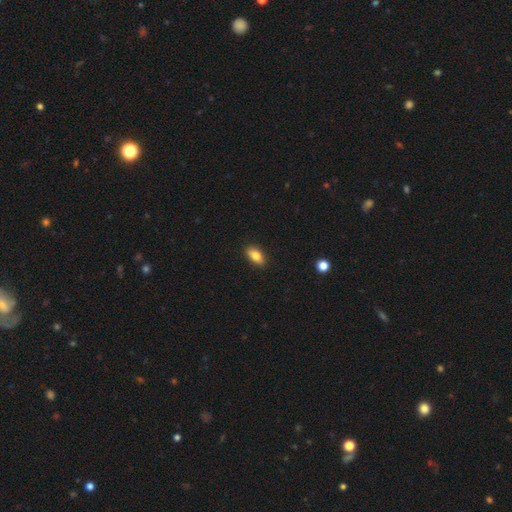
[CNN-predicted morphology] Smooth or featured: smooth — 81% (featured or disk — 12%)
How rounded: in between — 87% (cigar-shaped — 8%)
Merging: none — 88% (minor disturbance — 9%)